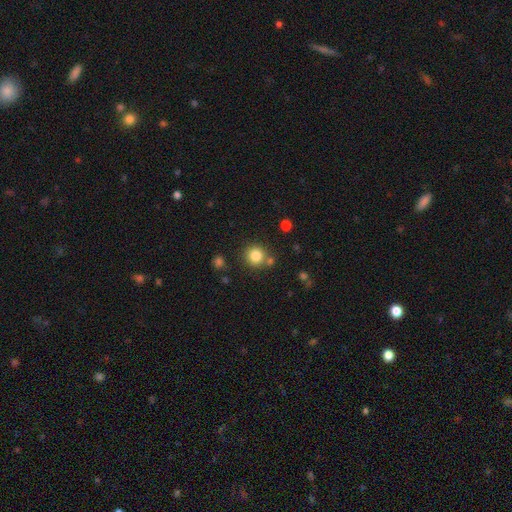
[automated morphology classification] Q: Smooth or featured?
A: smooth (83%); runner-up: star or artifact (11%)
Q: How rounded?
A: round (93%); runner-up: in between (6%)
Q: Merging?
A: none (78%); runner-up: merger (11%)